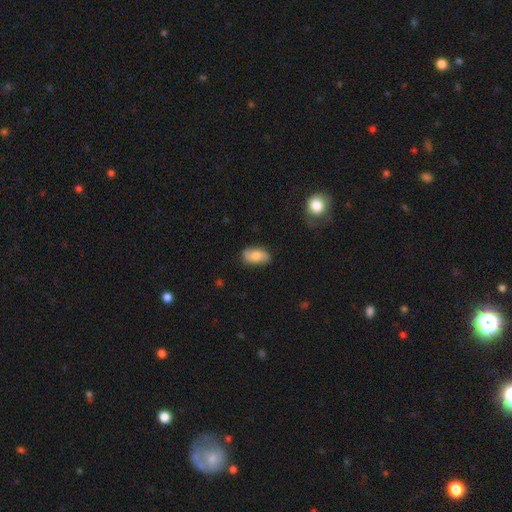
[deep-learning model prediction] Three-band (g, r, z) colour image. It shows a smooth galaxy with no disk features (67%) that is in between round and cigar-shaped (91%). Merging: none (75%).